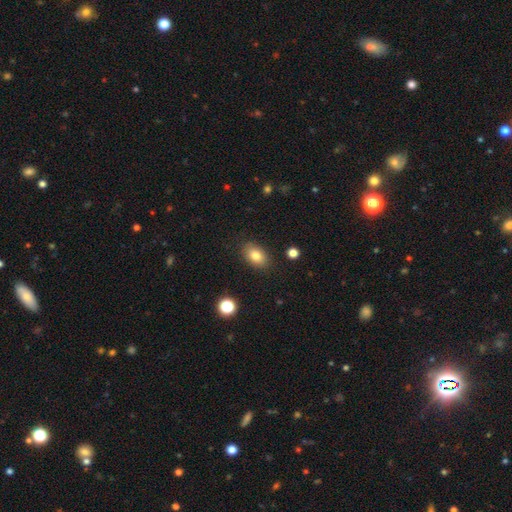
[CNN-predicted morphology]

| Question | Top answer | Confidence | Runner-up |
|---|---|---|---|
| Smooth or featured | smooth | 81% | featured or disk (10%) |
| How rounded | in between | 83% | round (15%) |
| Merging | none | 86% | minor disturbance (10%) |